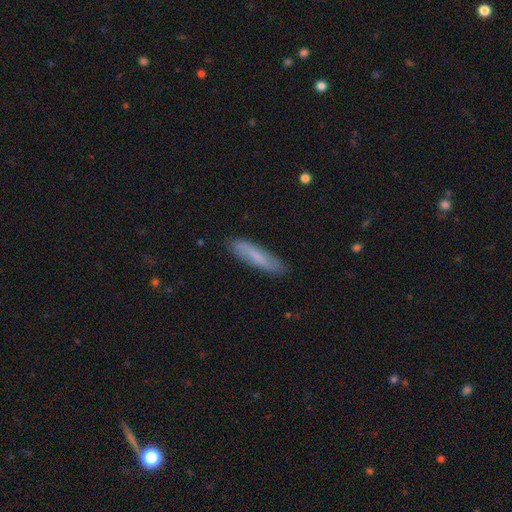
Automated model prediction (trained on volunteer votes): Morphology: type=smooth (65%); roundness=cigar-shaped (80%); merging=none (83%).